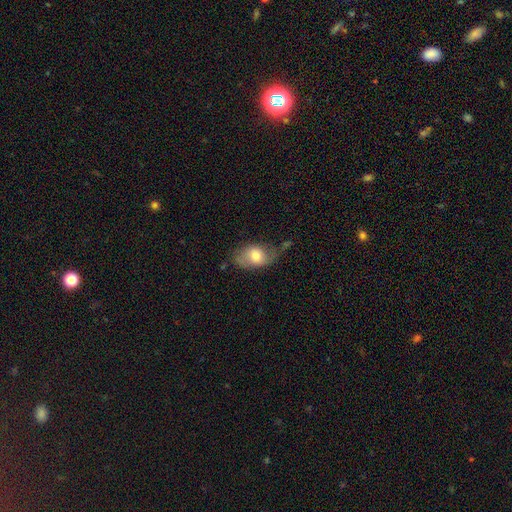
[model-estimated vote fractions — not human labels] This appears to be a smooth galaxy with no disk features (68%) that is in between round and cigar-shaped (85%). Merging: none (45%).